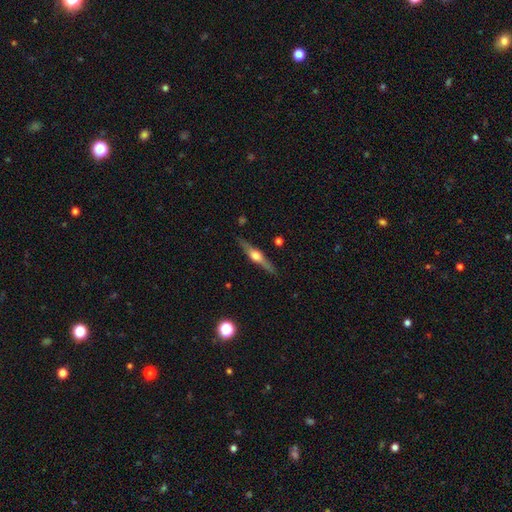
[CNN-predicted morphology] This is likely a featured or disk galaxy (73%). It is clearly viewed edge-on (97%). Edge-on bulge: clearly rounded (93%). Merging: clearly none (88%).